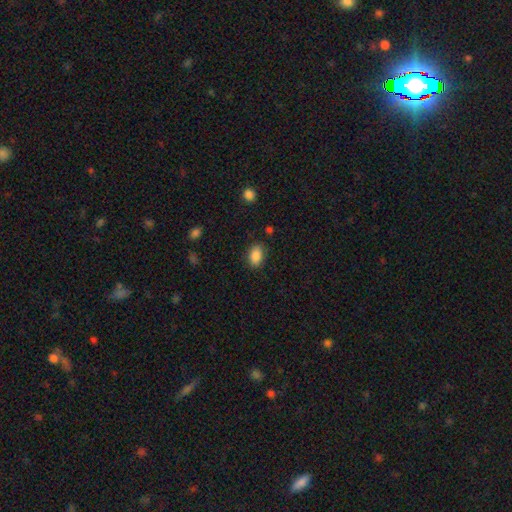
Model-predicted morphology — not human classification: Smooth or featured? Predicted: smooth (p=0.88). How rounded? Predicted: in between (p=0.87). Merging? Predicted: none (p=0.83).